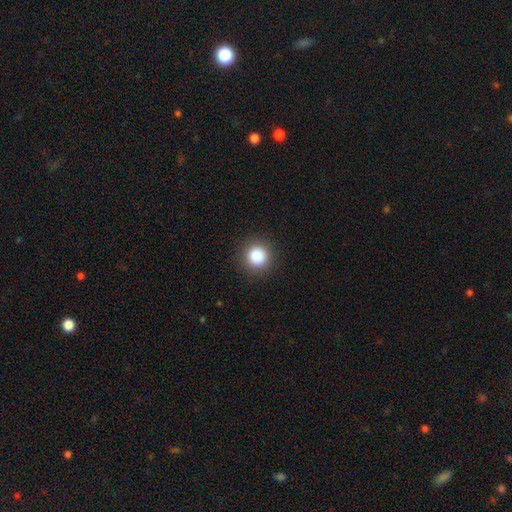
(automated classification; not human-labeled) smooth_or_featured: smooth (p=0.86) [alt: star or artifact p=0.10]
how_rounded: round (p=0.95) [alt: in between p=0.05]
merging: none (p=0.91) [alt: minor disturbance p=0.06]